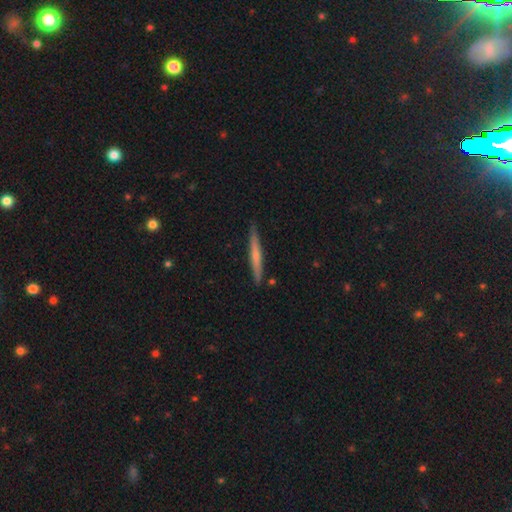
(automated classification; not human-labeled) This is possibly a smooth galaxy (52%). How rounded: clearly cigar-shaped (96%). Merging: clearly none (89%).